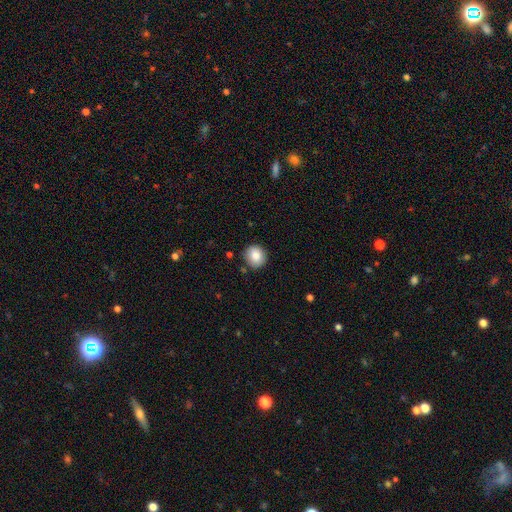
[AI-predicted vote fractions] A smooth galaxy with no disk features (84%) that is round (88%). Merging: none (87%).